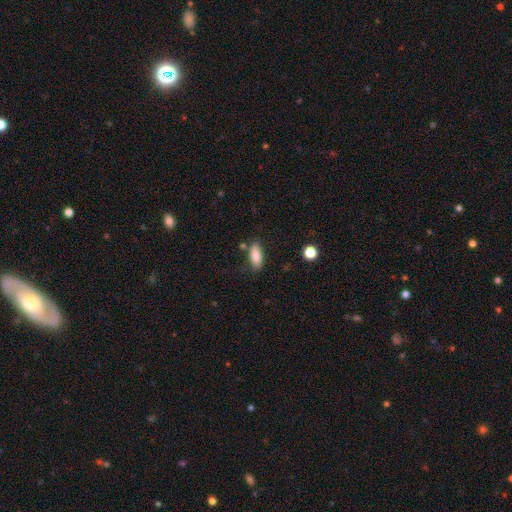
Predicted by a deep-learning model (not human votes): This is clearly a smooth galaxy (85%). How rounded: likely in between (78%). Merging: likely none (77%).